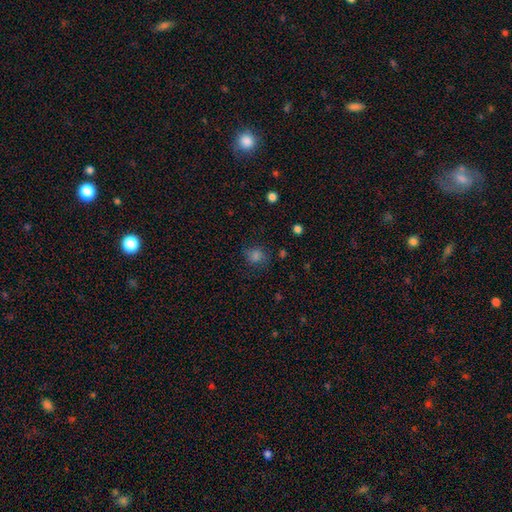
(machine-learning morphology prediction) Q: Smooth or featured?
A: smooth (71%); runner-up: star or artifact (21%)
Q: How rounded?
A: round (71%); runner-up: in between (28%)
Q: Merging?
A: none (75%); runner-up: minor disturbance (17%)